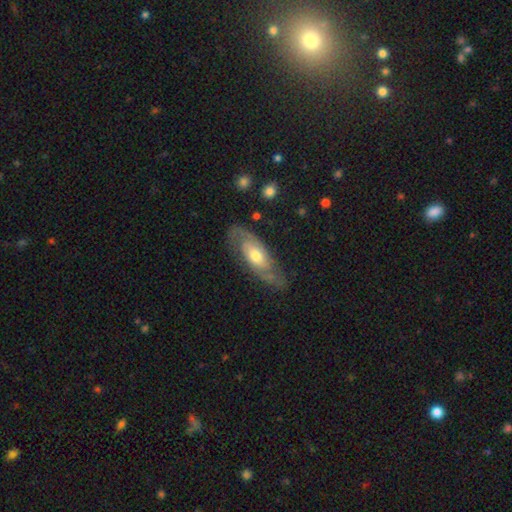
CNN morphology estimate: Overall: featured or disk (79%). Edge-on disk: no (88%). Bar: no (67%; weak 27%). Spiral arms: yes (91%). Spiral arm count: 2 (80%). Spiral winding: tight (45%; medium 41%). Bulge size: moderate (69%). Merging: none (76%).